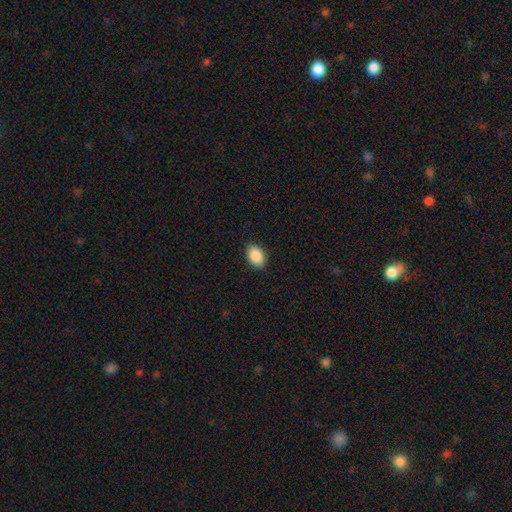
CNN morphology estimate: The model was most divided on "how rounded": in between: 86%, round: 13%, cigar-shaped: 1%. More confident: smooth or featured — smooth (90%); merging — none (88%).